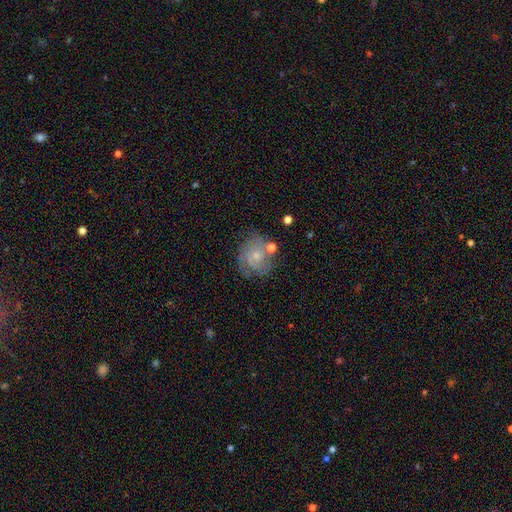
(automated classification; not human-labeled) Morphology: type=featured or disk (62%); edge-on=no (98%); bar=no (77%); spiral arms=yes (84%); winding=tight (58%); arm count=can't tell (38%); bulge=small (69%); merging=none (61%).